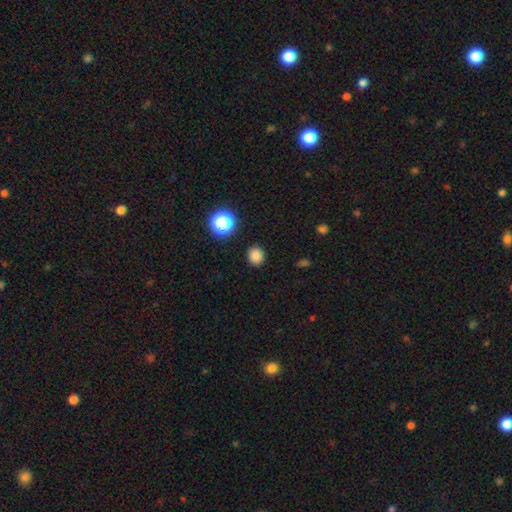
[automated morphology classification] The model was most divided on "how rounded": round: 80%, in between: 19%, cigar-shaped: 1%. More confident: merging — none (90%); smooth or featured — smooth (83%).